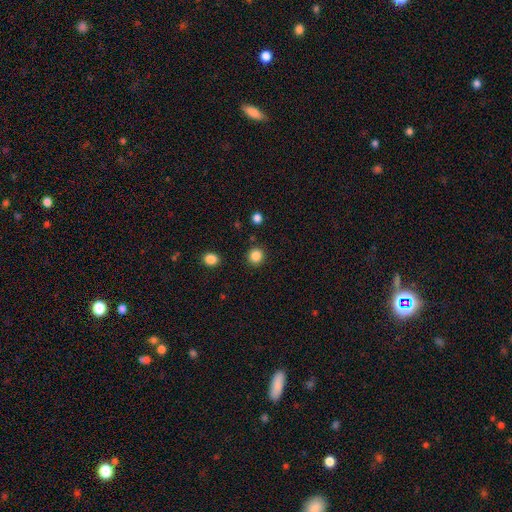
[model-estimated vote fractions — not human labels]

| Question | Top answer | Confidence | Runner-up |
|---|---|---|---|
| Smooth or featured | smooth | 85% | star or artifact (11%) |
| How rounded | round | 90% | in between (9%) |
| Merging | none | 89% | minor disturbance (6%) |